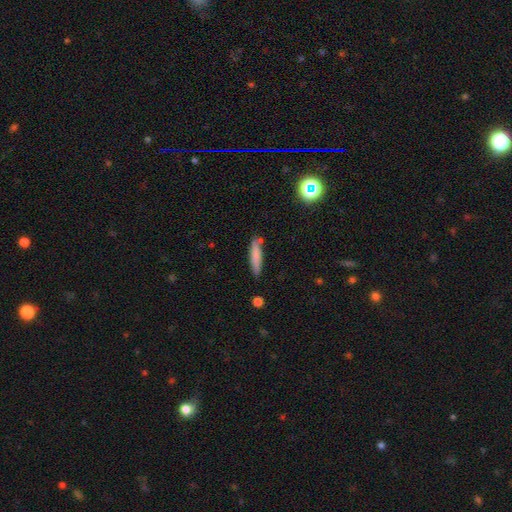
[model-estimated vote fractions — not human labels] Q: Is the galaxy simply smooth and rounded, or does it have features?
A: smooth — 78%.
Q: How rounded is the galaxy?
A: cigar-shaped — 84%.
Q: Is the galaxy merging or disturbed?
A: none — 78%.